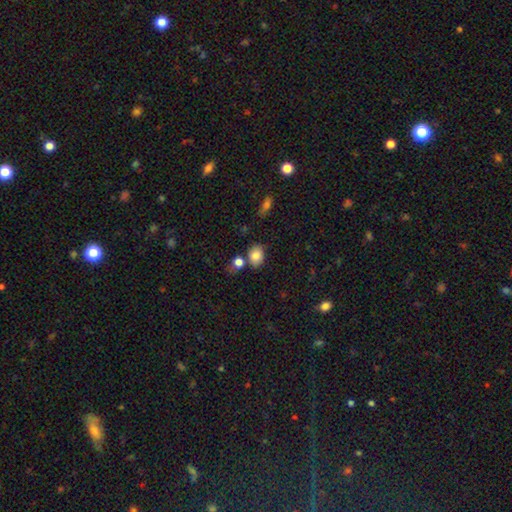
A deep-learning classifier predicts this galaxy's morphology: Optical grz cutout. It shows a smooth galaxy with no disk features (83%) that is in between round and cigar-shaped (62%). Merging: none (65%).